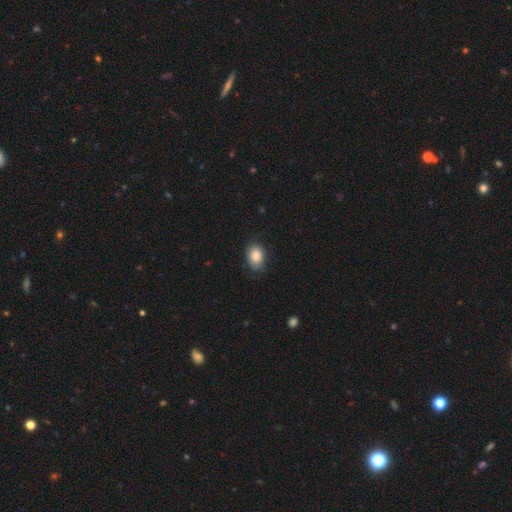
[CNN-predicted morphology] A smooth galaxy with no disk features (84%) that is in between round and cigar-shaped (81%).

Vote fractions:
- Smooth or featured? smooth: 84% / featured or disk: 9% / star or artifact: 7%
- How rounded? in between: 81% / round: 18% / cigar-shaped: 1%
- Merging? none: 78% / minor disturbance: 17% / major disturbance: 4% / merger: 1%